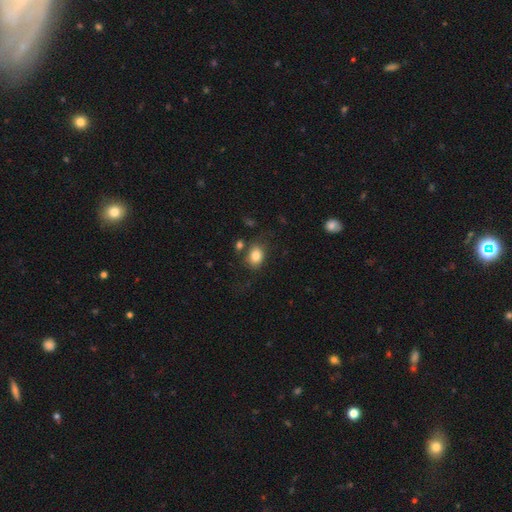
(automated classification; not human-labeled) smooth-or-featured: smooth: 83% | star or artifact: 9% | featured or disk: 8%
  how-rounded: in between: 61% | round: 38% | cigar-shaped: 1%
  merging: none: 72% | minor disturbance: 15% | merger: 7% | major disturbance: 6%